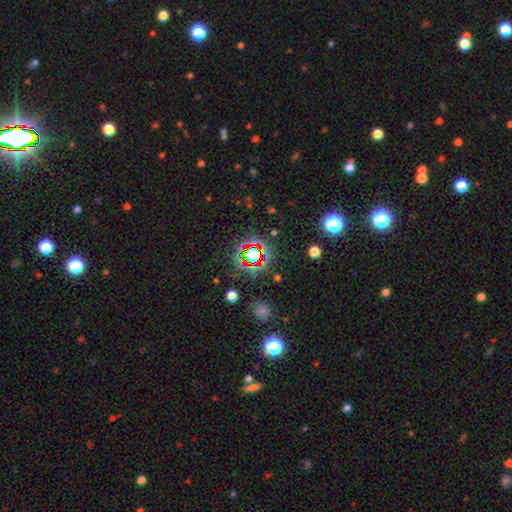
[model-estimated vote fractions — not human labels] The model was most divided on "smooth or featured": star or artifact: 71%, smooth: 19%, featured or disk: 10%.